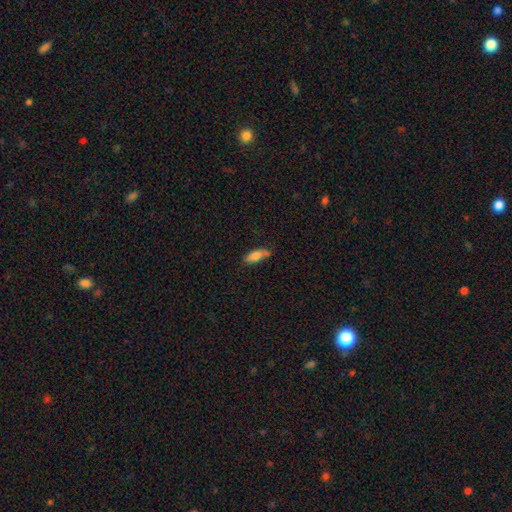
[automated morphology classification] A smooth galaxy with no disk features (78%) that is in between round and cigar-shaped (71%).

Vote fractions:
- Smooth or featured? smooth: 78% / featured or disk: 15% / star or artifact: 7%
- How rounded? in between: 71% / cigar-shaped: 27% / round: 2%
- Merging? none: 58% / minor disturbance: 30% / major disturbance: 7% / merger: 5%